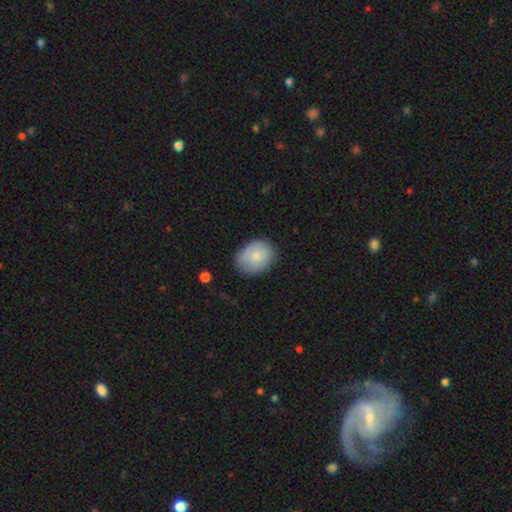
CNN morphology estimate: A smooth galaxy with no disk features (75%) that is in between round and cigar-shaped (62%). Merging: none (76%).